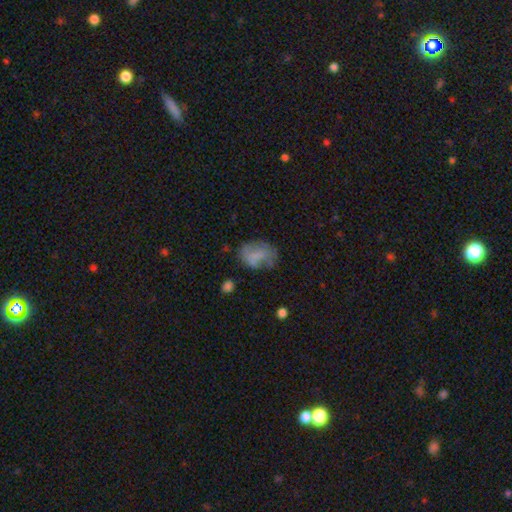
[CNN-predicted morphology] Overall: smooth (62%; featured or disk 28%). How rounded: in between (72%). Merging: none (53%; minor disturbance 28%).